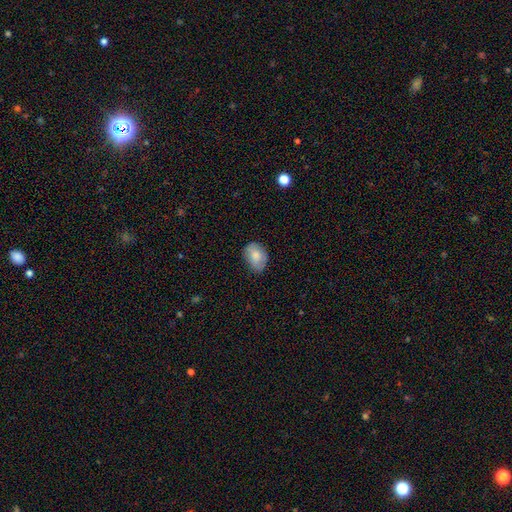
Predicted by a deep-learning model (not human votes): Smooth or featured? smooth (78%)
How rounded? in between (77%)
Merging? none (73%)